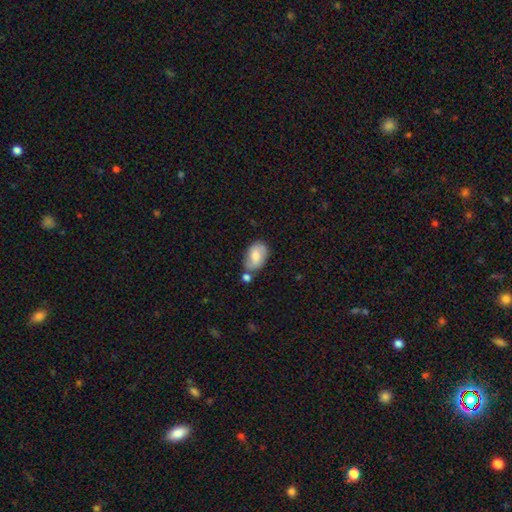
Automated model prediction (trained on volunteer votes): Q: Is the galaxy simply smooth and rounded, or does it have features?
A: smooth — 62%.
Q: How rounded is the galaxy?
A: in between — 88%.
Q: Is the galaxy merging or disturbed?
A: none — 56%.